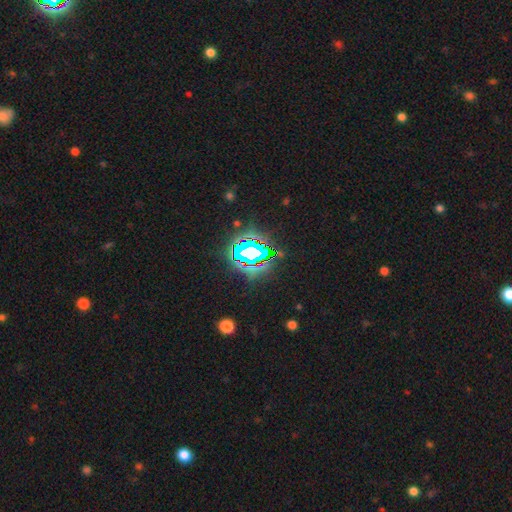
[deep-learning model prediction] smooth_or_featured: star or artifact (p=0.80) [alt: smooth p=0.11]